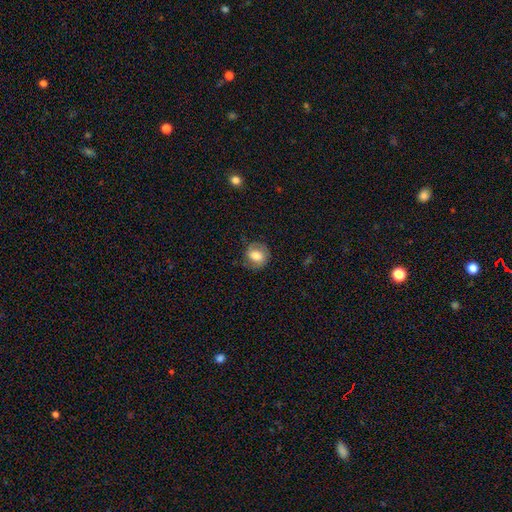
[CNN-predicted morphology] This appears to be a smooth galaxy with no disk features (67%) that is round (68%). Merging: none (72%).